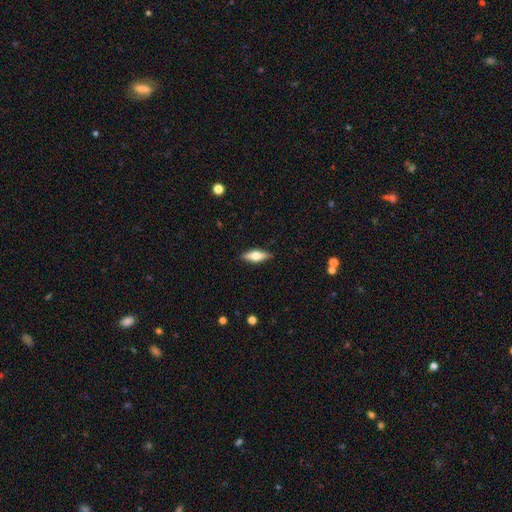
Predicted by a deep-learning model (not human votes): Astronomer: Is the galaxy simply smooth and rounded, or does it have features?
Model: smooth — 47% (runner-up: featured or disk, 46%).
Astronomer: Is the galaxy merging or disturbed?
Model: none — 88%.